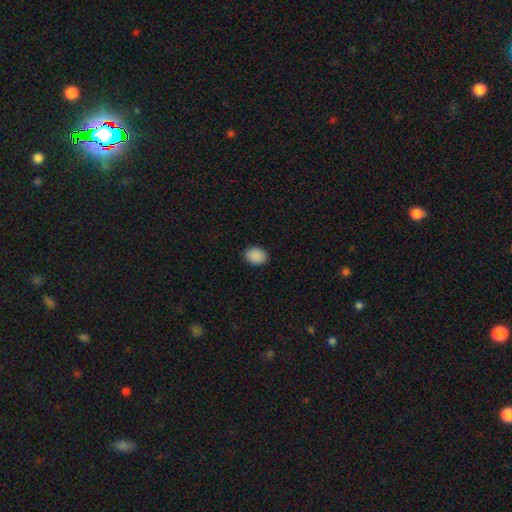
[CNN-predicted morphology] A smooth galaxy with no disk features (90%) that is in between round and cigar-shaped (63%).

Vote fractions:
- Smooth or featured? smooth: 90% / star or artifact: 8% / featured or disk: 2%
- How rounded? in between: 63% / round: 36% / cigar-shaped: 1%
- Merging? none: 89% / minor disturbance: 8% / major disturbance: 2% / merger: 1%